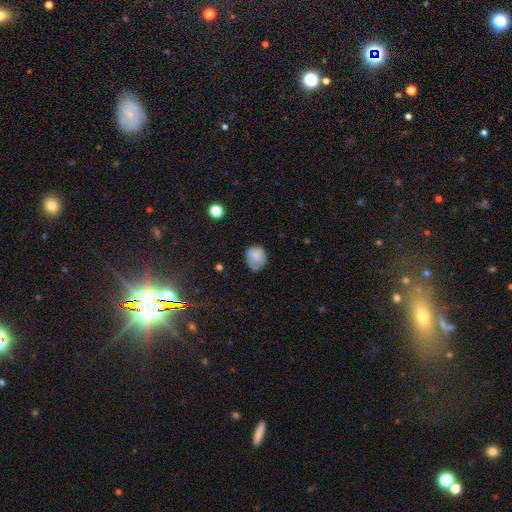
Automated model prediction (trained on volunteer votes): Smooth or featured?
  - smooth: 76% *
  - featured or disk: 15%
  - star or artifact: 9%
How rounded?
  - round: 61% *
  - in between: 38%
  - cigar-shaped: 1%
Merging?
  - none: 54% *
  - minor disturbance: 33%
  - major disturbance: 11%
  - merger: 2%